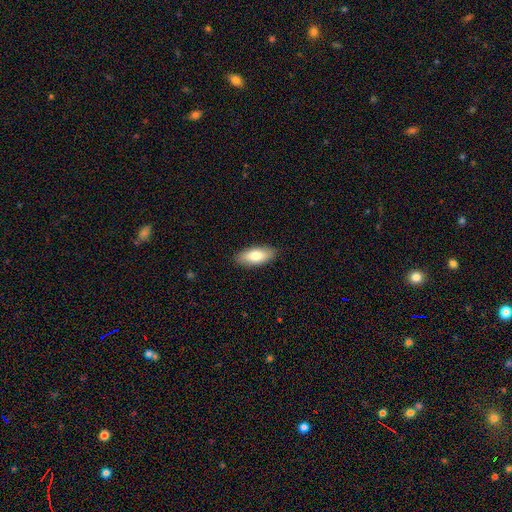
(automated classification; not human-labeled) Q: Smooth or featured?
A: smooth (78%); runner-up: featured or disk (16%)
Q: How rounded?
A: in between (82%); runner-up: cigar-shaped (16%)
Q: Merging?
A: none (88%); runner-up: minor disturbance (9%)